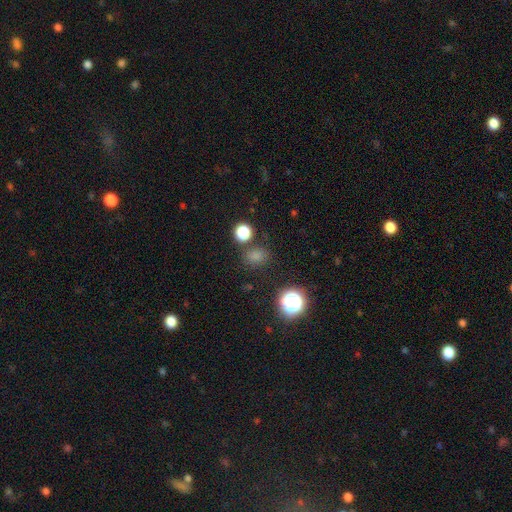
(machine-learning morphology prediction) Smooth or featured? smooth (69%)
How rounded? round (61%)
Merging? none (80%)